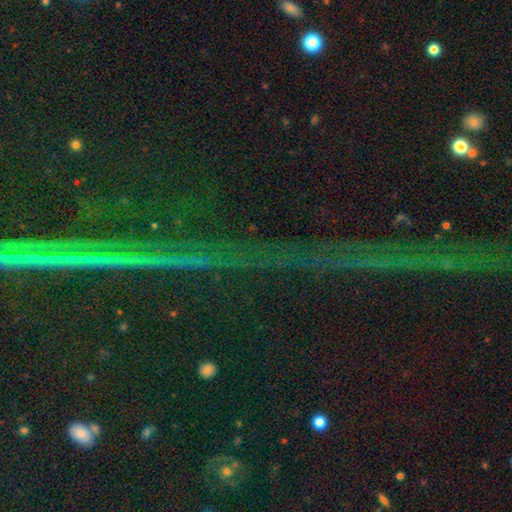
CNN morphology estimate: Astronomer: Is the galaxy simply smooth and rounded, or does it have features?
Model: star or artifact — 85%.